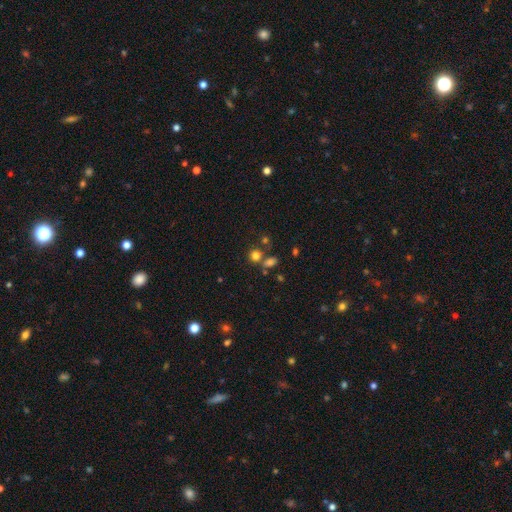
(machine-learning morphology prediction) Smooth or featured?
  - smooth: 75% *
  - star or artifact: 17%
  - featured or disk: 8%
How rounded?
  - round: 82% *
  - in between: 17%
  - cigar-shaped: 1%
Merging?
  - none: 63% *
  - merger: 23%
  - minor disturbance: 10%
  - major disturbance: 4%